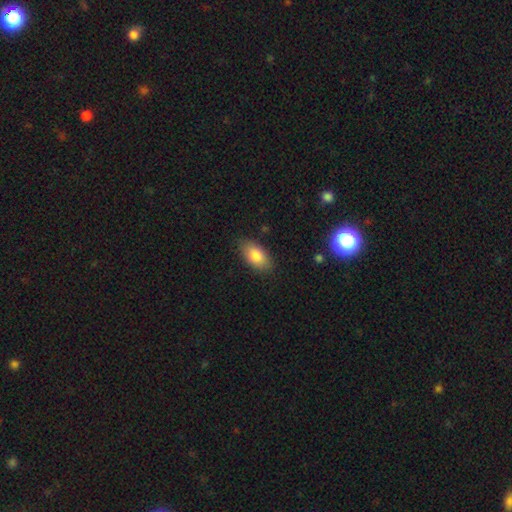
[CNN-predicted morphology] Q: Smooth or featured?
A: smooth (82%); runner-up: featured or disk (11%)
Q: How rounded?
A: in between (92%); runner-up: round (4%)
Q: Merging?
A: none (83%); runner-up: minor disturbance (13%)